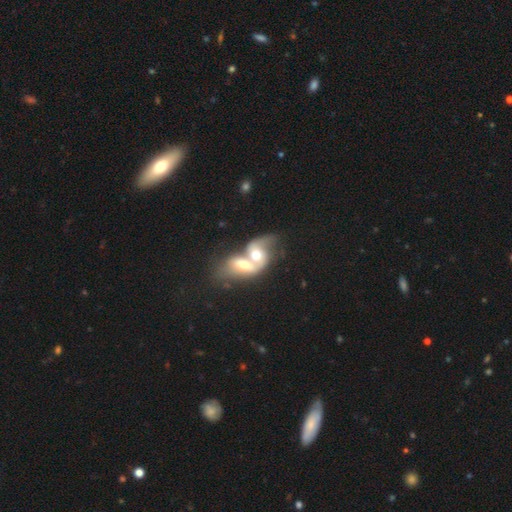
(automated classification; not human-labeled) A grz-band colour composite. It shows a featured or disk galaxy (63%) with no bar (54%), spiral arms (70%) and a moderate central bulge (60%). Merging: merger (83%).